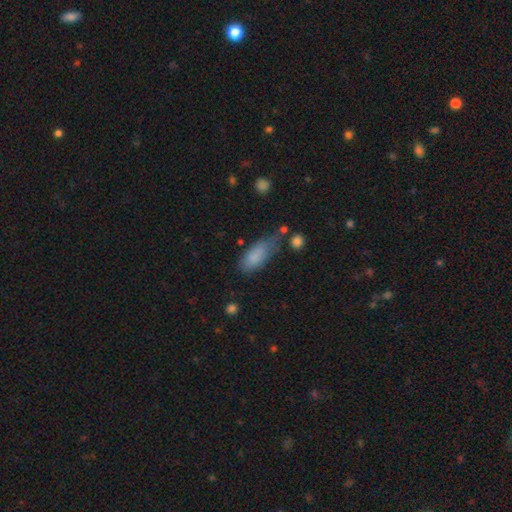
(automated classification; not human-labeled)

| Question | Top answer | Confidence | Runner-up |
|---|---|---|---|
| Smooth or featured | smooth | 84% | featured or disk (9%) |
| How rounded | in between | 83% | cigar-shaped (15%) |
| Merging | none | 45% | minor disturbance (34%) |